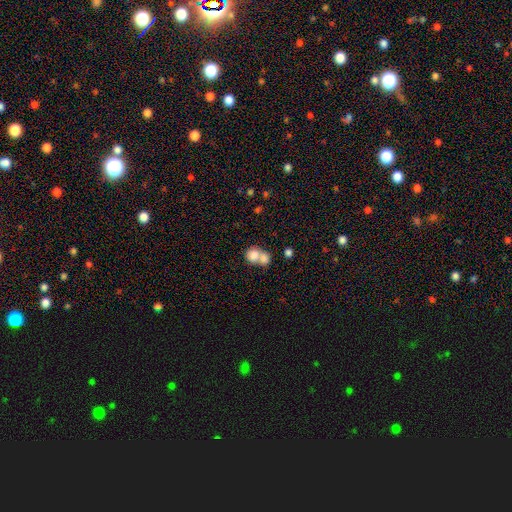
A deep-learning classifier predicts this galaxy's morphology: Overall: smooth (79%). How rounded: round (69%; in between 30%). Merging: merger (66%).